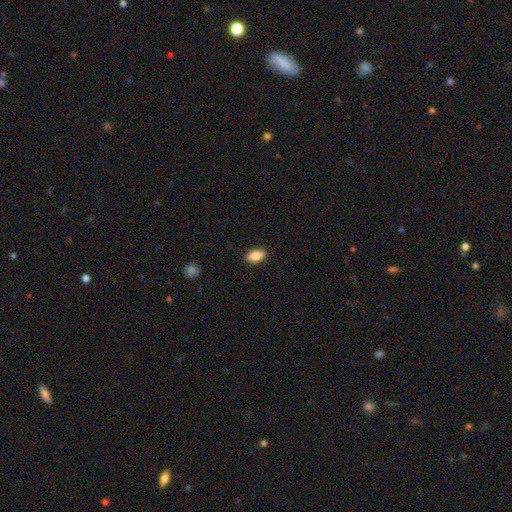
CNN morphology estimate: smooth-or-featured: smooth: 88% | star or artifact: 7% | featured or disk: 5%
  how-rounded: in between: 92% | round: 4% | cigar-shaped: 4%
  merging: none: 89% | minor disturbance: 8% | major disturbance: 2% | merger: 1%